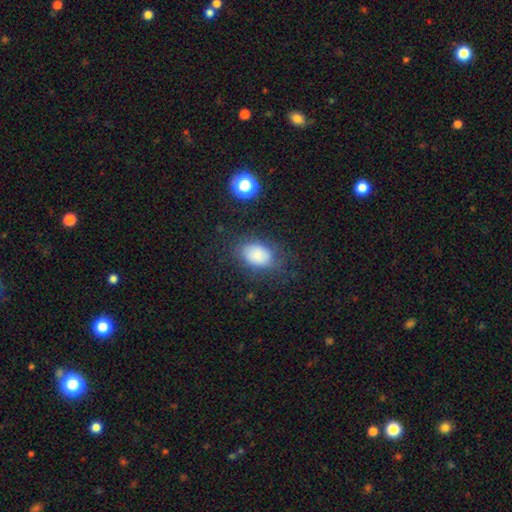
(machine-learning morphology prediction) smooth-or-featured: smooth: 79% | featured or disk: 11% | star or artifact: 10%
  how-rounded: in between: 83% | round: 16% | cigar-shaped: 1%
  merging: none: 68% | minor disturbance: 20% | major disturbance: 10% | merger: 2%